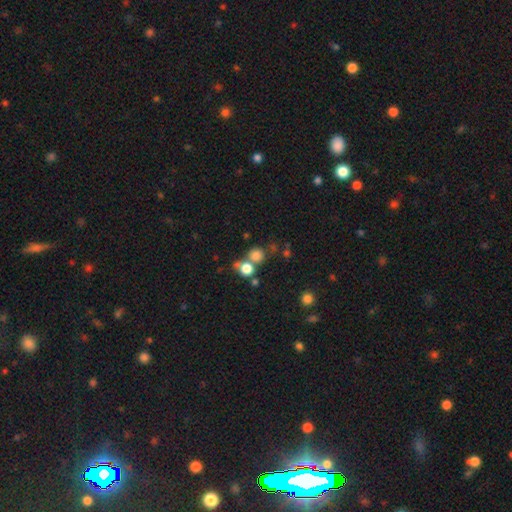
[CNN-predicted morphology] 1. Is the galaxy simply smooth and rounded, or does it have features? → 78% smooth, 14% star or artifact, 8% featured or disk.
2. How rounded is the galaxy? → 88% round, 11% in between, 1% cigar-shaped.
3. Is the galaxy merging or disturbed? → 55% none, 32% merger, 8% minor disturbance, 4% major disturbance.